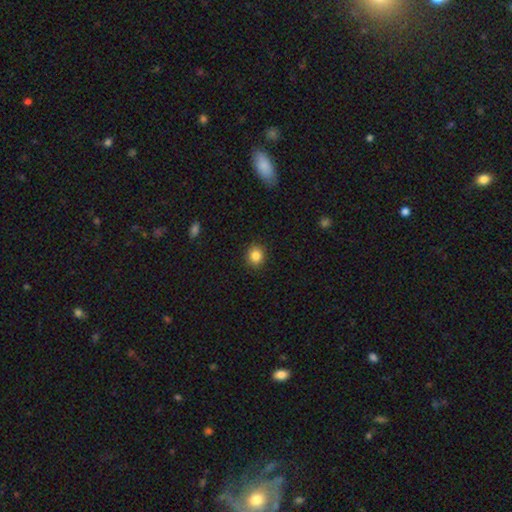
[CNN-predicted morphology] Overall: smooth (85%). How rounded: round (82%). Merging: none (90%).